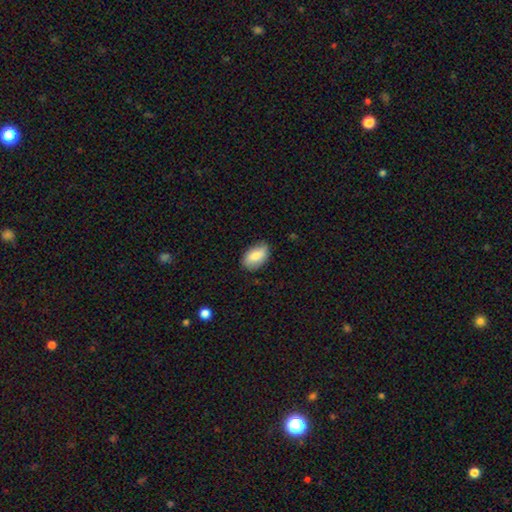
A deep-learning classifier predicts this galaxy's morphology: The model was most divided on "merging": none: 78%, minor disturbance: 18%, major disturbance: 3%, merger: 1%. More confident: how rounded — in between (92%); smooth or featured — smooth (82%).